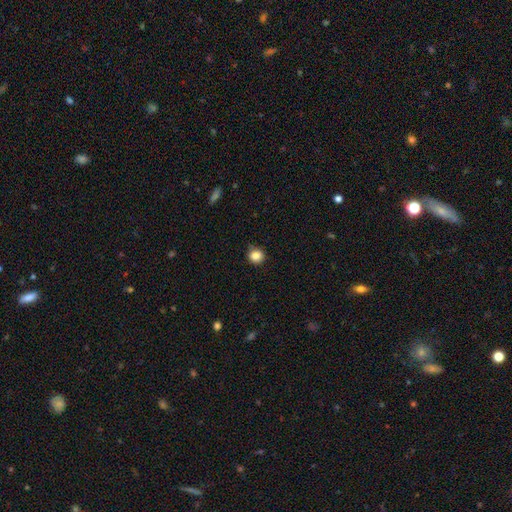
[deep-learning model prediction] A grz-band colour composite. It shows a smooth galaxy with no disk features (84%) that is round (81%). Merging: none (77%).